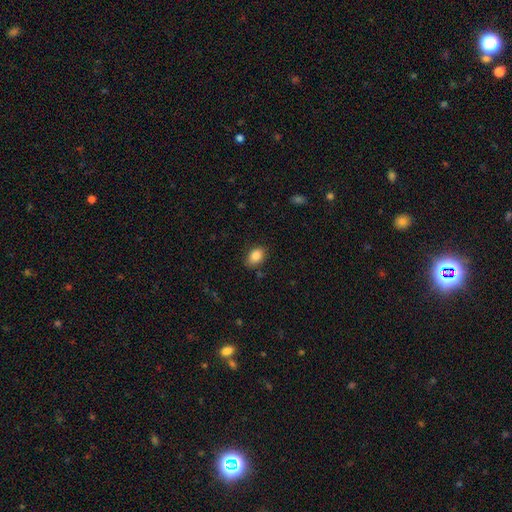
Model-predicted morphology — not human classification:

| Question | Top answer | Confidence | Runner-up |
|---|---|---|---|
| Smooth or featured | smooth | 87% | star or artifact (8%) |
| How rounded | in between | 80% | round (19%) |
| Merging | none | 84% | minor disturbance (12%) |